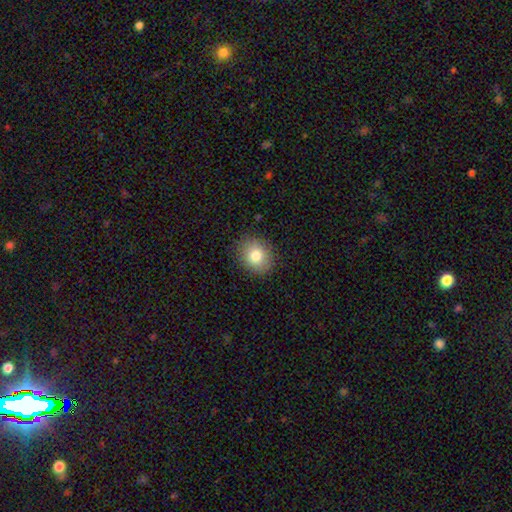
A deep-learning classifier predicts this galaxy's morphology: A smooth galaxy with no disk features (80%) that is round (67%).

Vote fractions:
- Smooth or featured? smooth: 80% / star or artifact: 10% / featured or disk: 10%
- How rounded? round: 67% / in between: 32% / cigar-shaped: 1%
- Merging? none: 88% / minor disturbance: 9% / major disturbance: 2% / merger: 1%